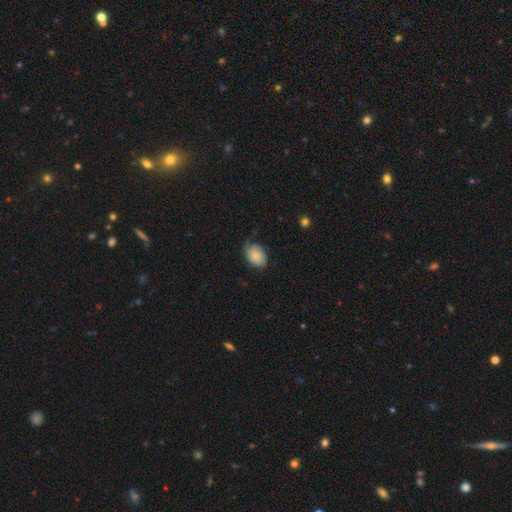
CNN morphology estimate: This is likely a smooth galaxy (65%). How rounded: likely in between (79%). Merging: possibly none (52%).